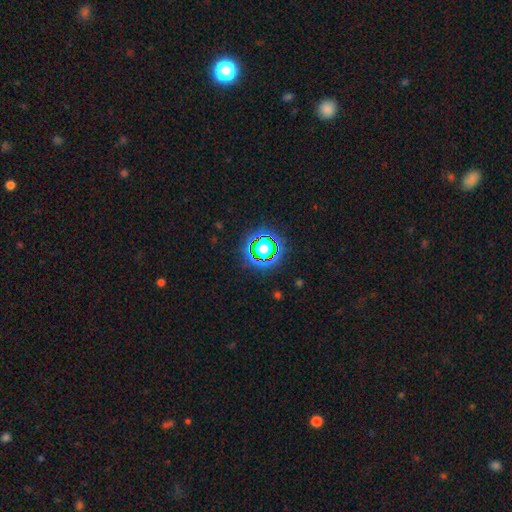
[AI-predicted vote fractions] Smooth or featured? Predicted: star or artifact (p=0.78).